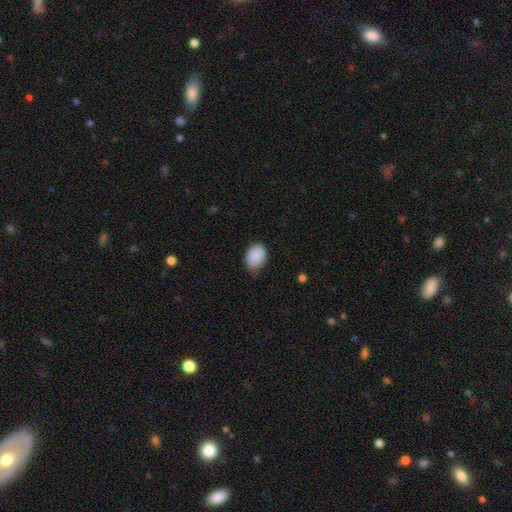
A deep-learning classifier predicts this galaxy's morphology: The model was most divided on "merging": none: 60%, minor disturbance: 34%, major disturbance: 5%, merger: 1%. More confident: smooth or featured — smooth (89%); how rounded — in between (77%).